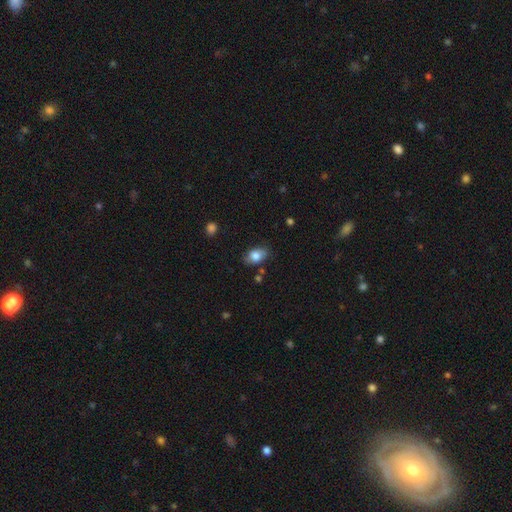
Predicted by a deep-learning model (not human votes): Morphology: type=smooth (80%); roundness=in between (87%); merging=none (78%).